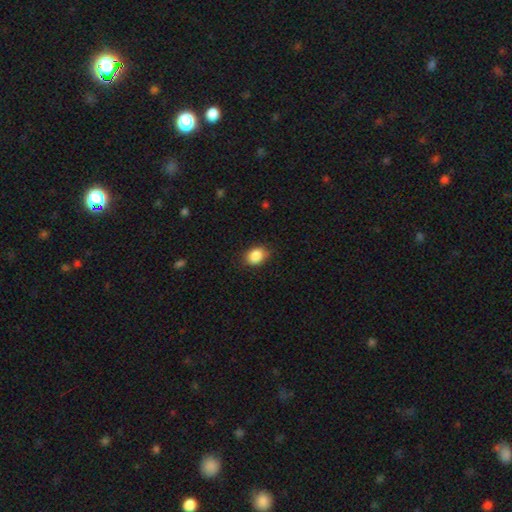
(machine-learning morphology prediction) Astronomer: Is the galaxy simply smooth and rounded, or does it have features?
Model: smooth — 87%.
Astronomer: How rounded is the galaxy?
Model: in between — 63%.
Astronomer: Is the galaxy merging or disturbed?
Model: none — 80%.